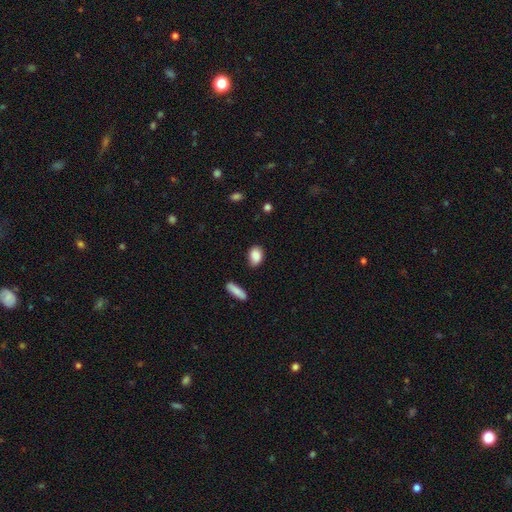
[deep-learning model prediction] Smooth or featured? Predicted: smooth (p=0.88). How rounded? Predicted: in between (p=0.81). Merging? Predicted: none (p=0.80).